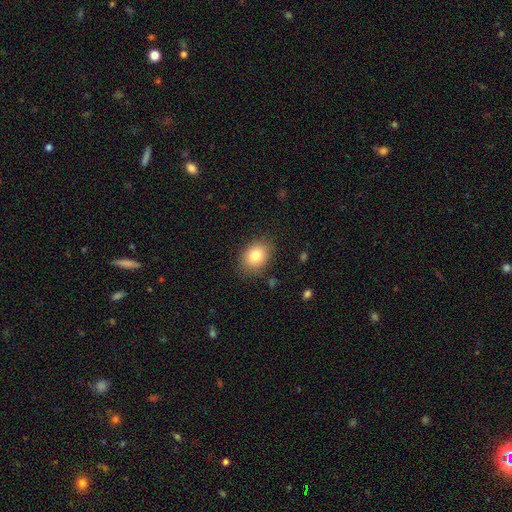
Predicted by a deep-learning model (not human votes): smooth-or-featured: smooth: 81% | featured or disk: 10% | star or artifact: 10%
  how-rounded: in between: 62% | round: 37% | cigar-shaped: 1%
  merging: none: 85% | minor disturbance: 11% | major disturbance: 3% | merger: 1%